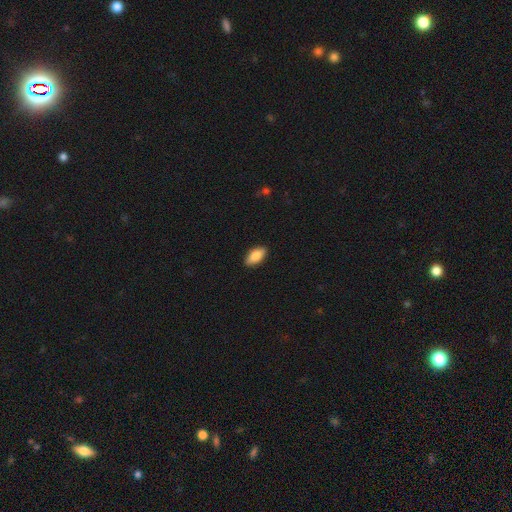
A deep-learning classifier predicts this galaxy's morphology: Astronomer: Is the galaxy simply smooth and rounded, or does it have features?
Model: smooth — 84%.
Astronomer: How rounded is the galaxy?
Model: in between — 89%.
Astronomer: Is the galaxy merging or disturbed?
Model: none — 89%.